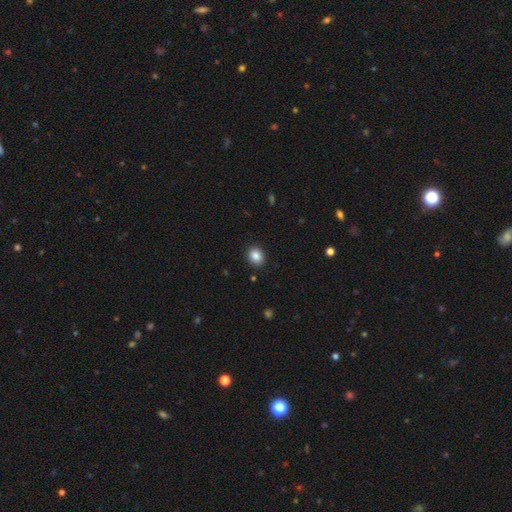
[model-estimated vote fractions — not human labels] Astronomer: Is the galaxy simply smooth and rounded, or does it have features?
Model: smooth — 86%.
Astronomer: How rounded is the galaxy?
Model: round — 66%.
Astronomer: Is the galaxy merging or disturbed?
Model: none — 90%.